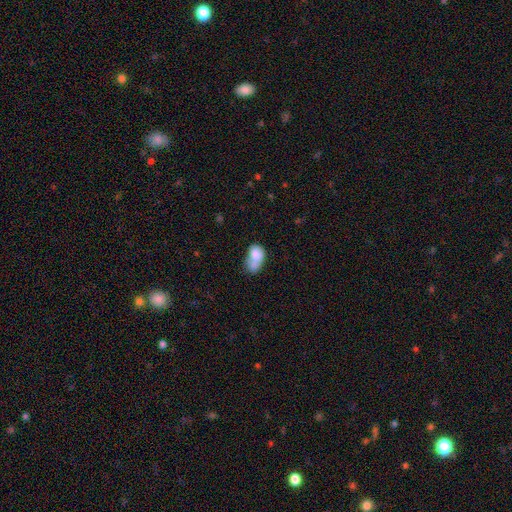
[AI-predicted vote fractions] Morphology: type=smooth (72%); roundness=in between (84%); merging=merger (45%).